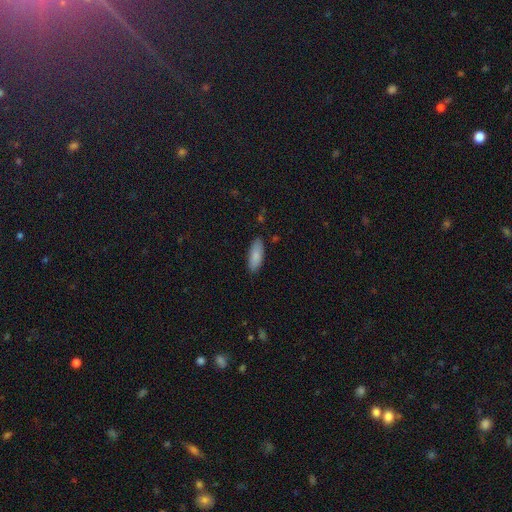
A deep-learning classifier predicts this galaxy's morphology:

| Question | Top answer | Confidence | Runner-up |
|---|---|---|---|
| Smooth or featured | smooth | 87% | featured or disk (7%) |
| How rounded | in between | 74% | cigar-shaped (24%) |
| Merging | none | 85% | minor disturbance (11%) |